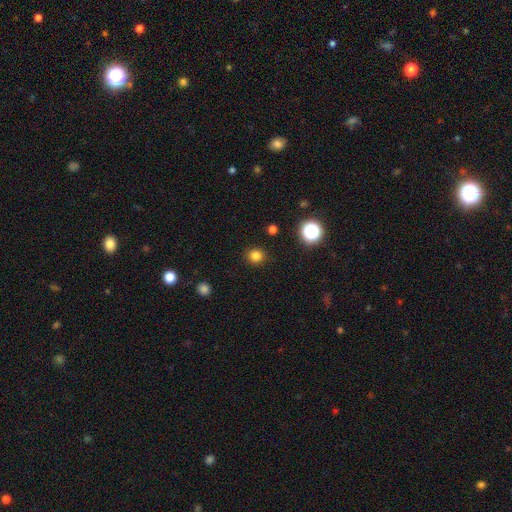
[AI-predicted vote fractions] Smooth or featured? Predicted: smooth (p=0.81). How rounded? Predicted: round (p=0.91). Merging? Predicted: none (p=0.91).